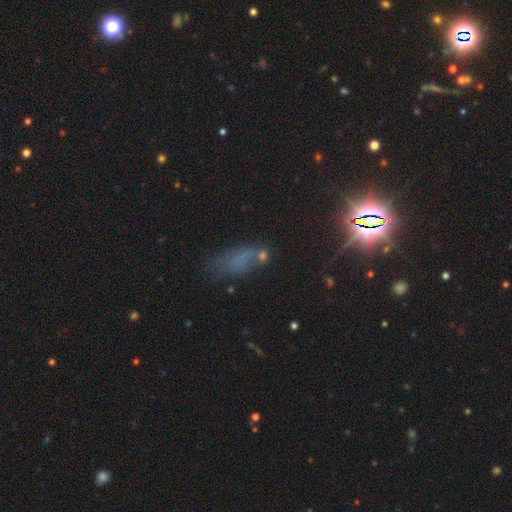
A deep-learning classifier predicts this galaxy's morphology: This appears to be a smooth galaxy with no disk features (48%). Merging: none (41%).